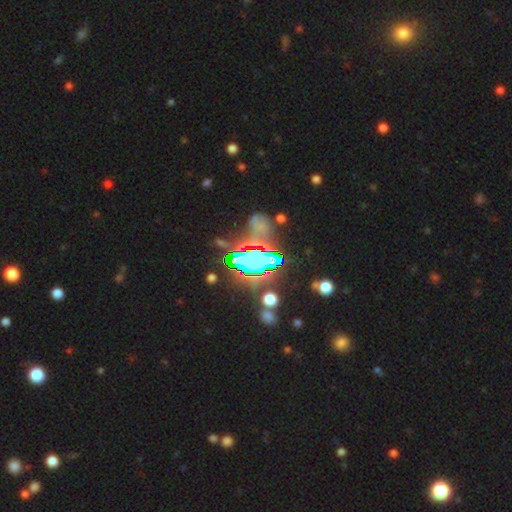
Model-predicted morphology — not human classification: Overall: star or artifact (74%).